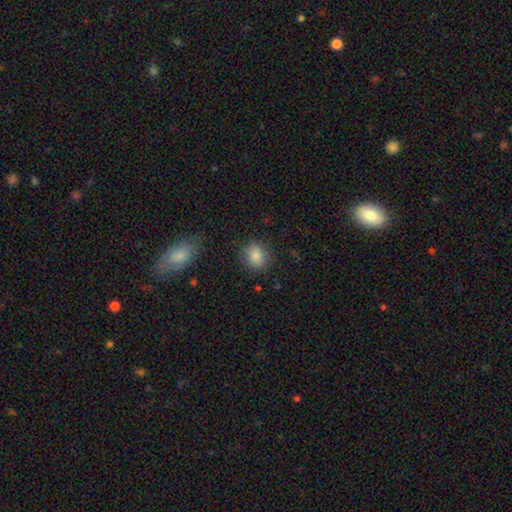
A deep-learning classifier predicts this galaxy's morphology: smooth 85%, star or artifact 9%, featured or disk 6%. Down the decision tree: how rounded — round (63%); merging — none (85%).